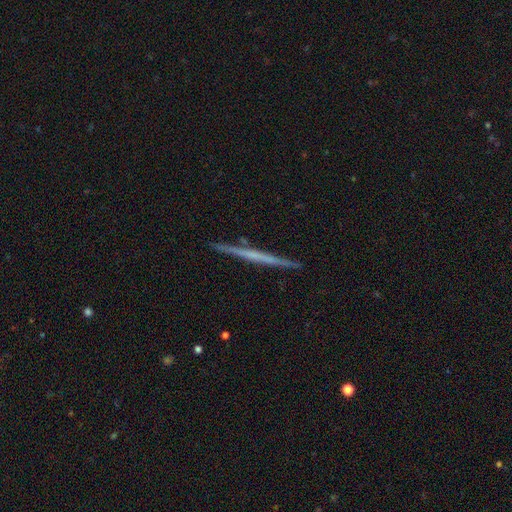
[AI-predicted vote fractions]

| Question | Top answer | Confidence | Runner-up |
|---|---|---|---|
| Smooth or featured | featured or disk | 63% | smooth (31%) |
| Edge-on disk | yes | 98% | no (2%) |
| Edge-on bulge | none | 84% | rounded (10%) |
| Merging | none | 91% | minor disturbance (6%) |